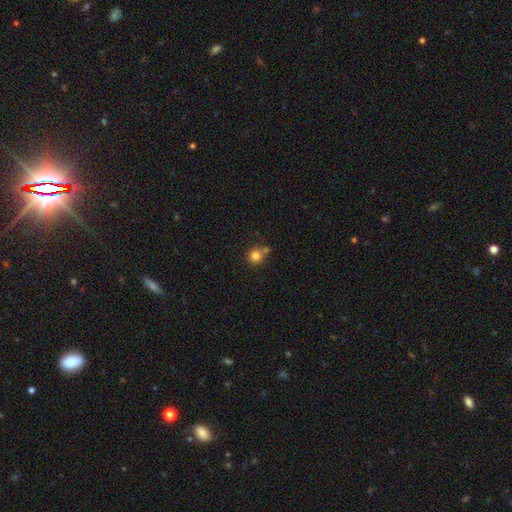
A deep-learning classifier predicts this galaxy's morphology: smooth 82%, star or artifact 11%, featured or disk 7%. Down the decision tree: how rounded — round (90%); merging — none (64%).